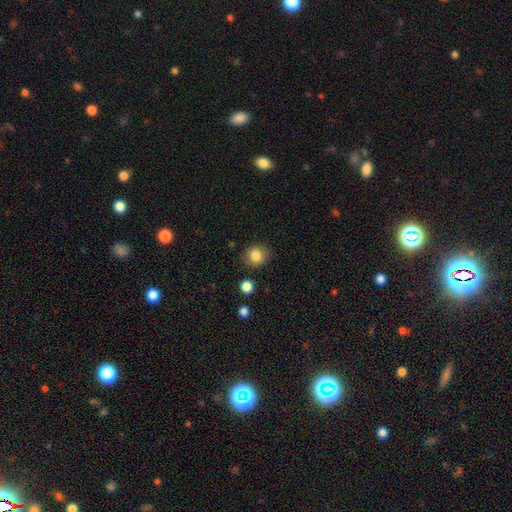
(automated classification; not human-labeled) Smooth or featured? Predicted: smooth (p=0.84). How rounded? Predicted: round (p=0.80). Merging? Predicted: none (p=0.85).